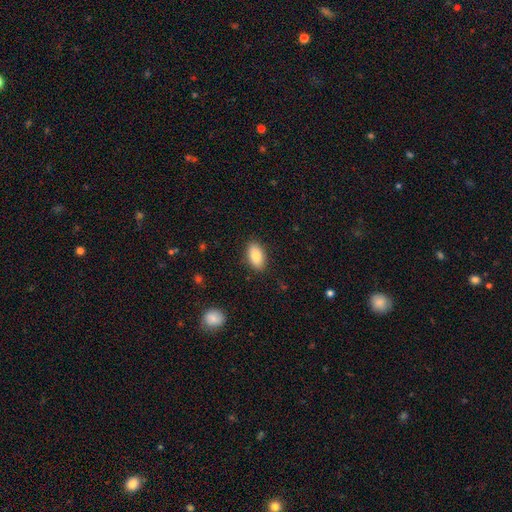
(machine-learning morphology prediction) type=smooth (82%); roundness=in between (92%); merging=none (87%).